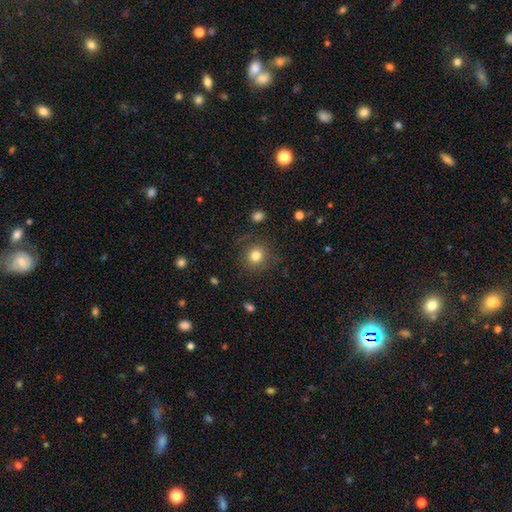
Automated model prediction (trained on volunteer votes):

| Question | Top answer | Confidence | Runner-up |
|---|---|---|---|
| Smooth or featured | smooth | 80% | star or artifact (12%) |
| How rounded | round | 90% | in between (9%) |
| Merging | none | 84% | minor disturbance (10%) |